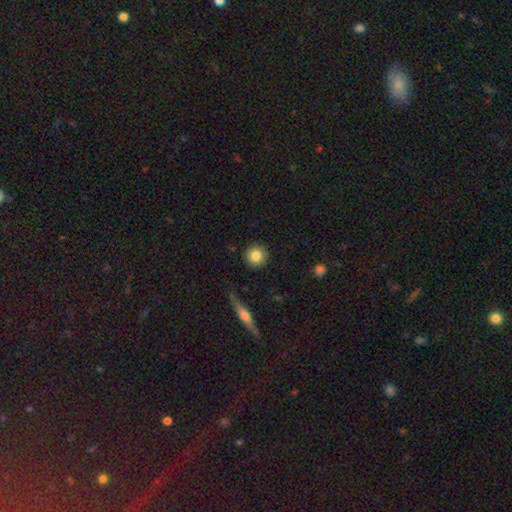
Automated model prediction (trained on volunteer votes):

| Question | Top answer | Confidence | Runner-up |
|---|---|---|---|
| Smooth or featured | smooth | 83% | featured or disk (9%) |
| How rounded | round | 93% | in between (5%) |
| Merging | none | 90% | minor disturbance (7%) |